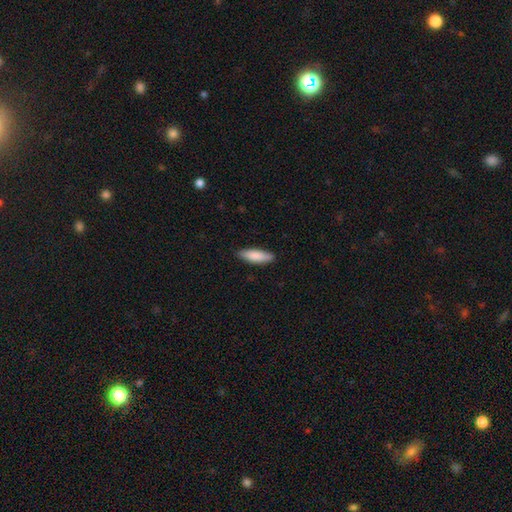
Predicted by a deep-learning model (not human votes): Q: Smooth or featured?
A: smooth (85%); runner-up: featured or disk (10%)
Q: How rounded?
A: cigar-shaped (55%); runner-up: in between (44%)
Q: Merging?
A: none (85%); runner-up: minor disturbance (12%)